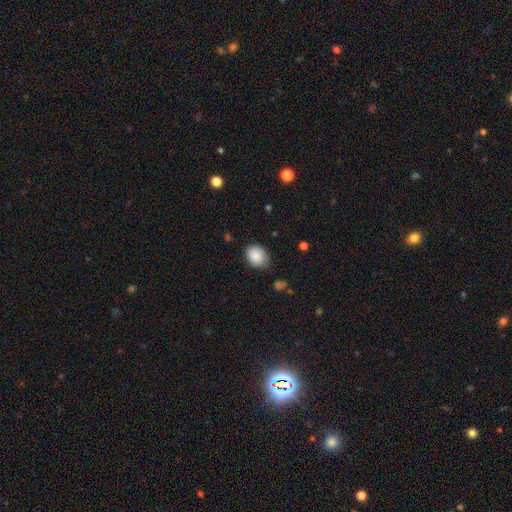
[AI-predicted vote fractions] A smooth galaxy with no disk features (86%) that is in between round and cigar-shaped (59%). Merging: none (71%).